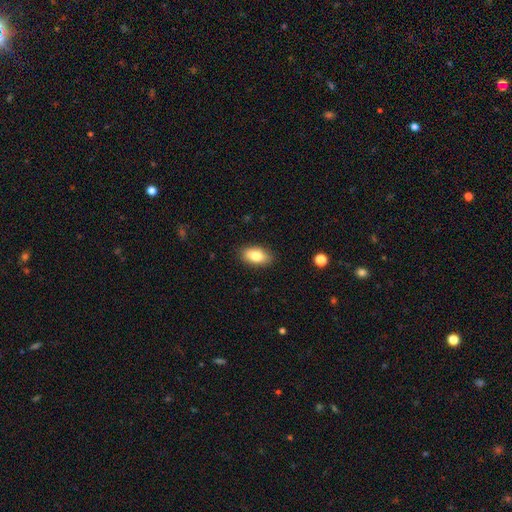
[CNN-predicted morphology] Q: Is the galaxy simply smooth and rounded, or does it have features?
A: smooth — 83%.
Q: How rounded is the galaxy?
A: in between — 91%.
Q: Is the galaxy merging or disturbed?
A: none — 87%.